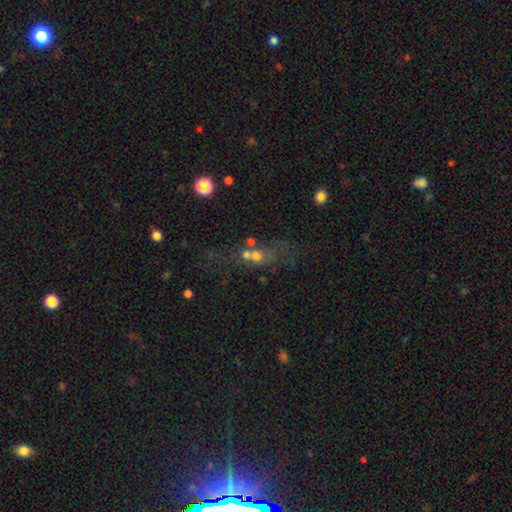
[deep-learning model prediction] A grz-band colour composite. It shows a smooth galaxy with no disk features (49%). Merging: merger (46%).